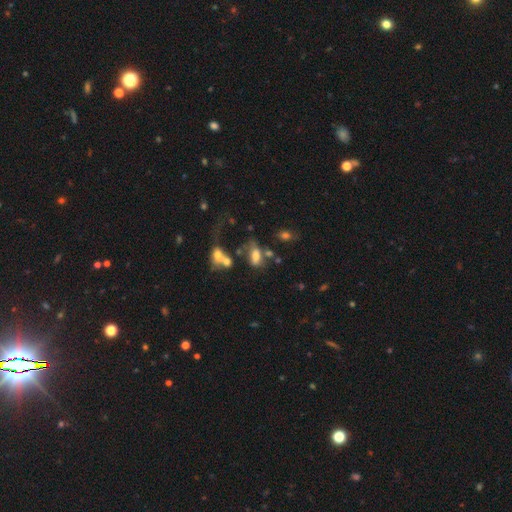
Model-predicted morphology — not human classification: Smooth or featured: smooth — 59% (featured or disk — 26%)
How rounded: in between — 86% (round — 8%)
Merging: none — 31% (tied with merger — 31%)